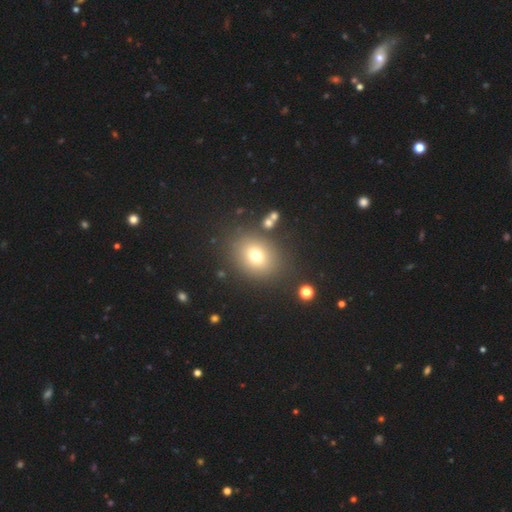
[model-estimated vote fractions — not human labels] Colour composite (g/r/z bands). It shows a smooth galaxy with no disk features (72%) that is round (53%). Merging: none (81%).